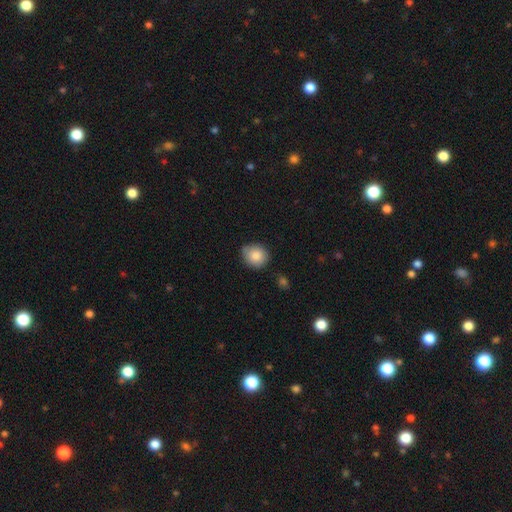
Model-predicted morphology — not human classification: type=smooth (85%); roundness=round (79%); merging=none (72%).